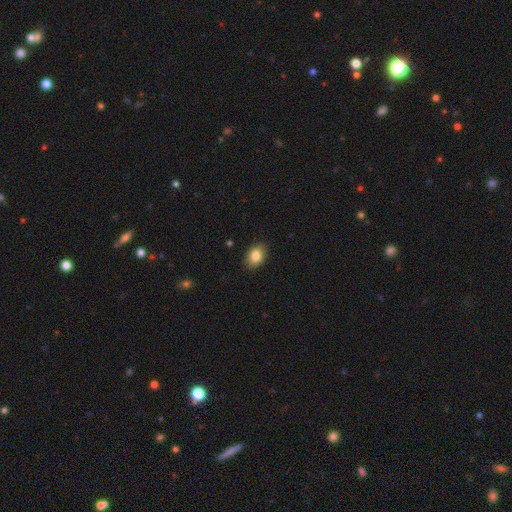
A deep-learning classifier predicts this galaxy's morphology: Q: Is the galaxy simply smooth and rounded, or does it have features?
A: smooth — 85%.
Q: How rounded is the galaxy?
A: in between — 82%.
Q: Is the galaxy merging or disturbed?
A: none — 86%.